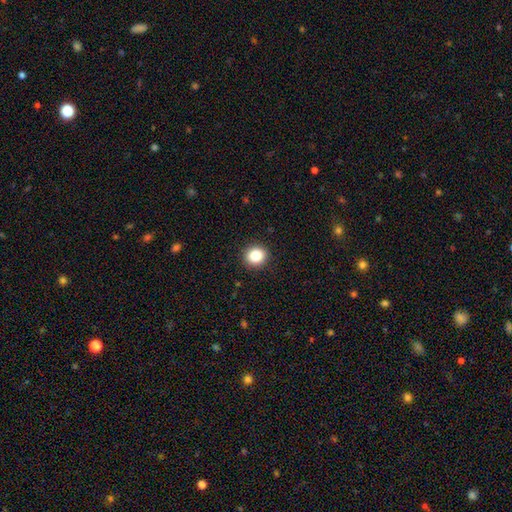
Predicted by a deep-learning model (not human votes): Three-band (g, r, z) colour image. It shows a smooth galaxy with no disk features (85%) that is round (85%). Merging: none (92%).